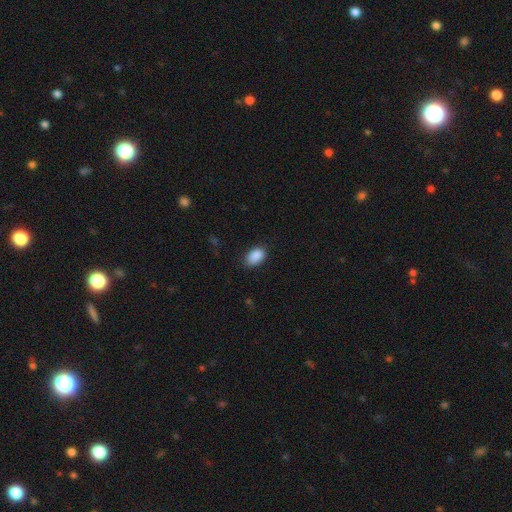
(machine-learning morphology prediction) smooth 89%, star or artifact 7%, featured or disk 3%. Down the decision tree: how rounded — in between (88%); merging — none (81%).